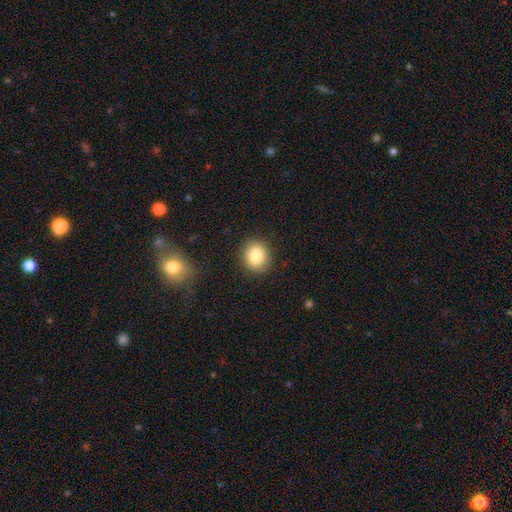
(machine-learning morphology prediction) A smooth galaxy with no disk features (86%) that is round (67%). Merging: none (88%).